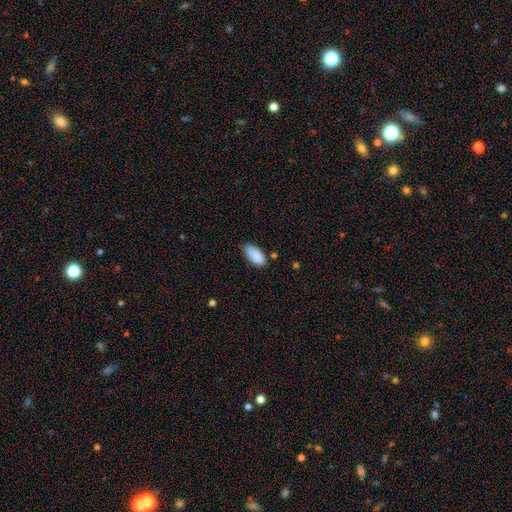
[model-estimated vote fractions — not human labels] This appears to be a smooth galaxy with no disk features (88%) that is in between round and cigar-shaped (92%). Merging: none (66%).